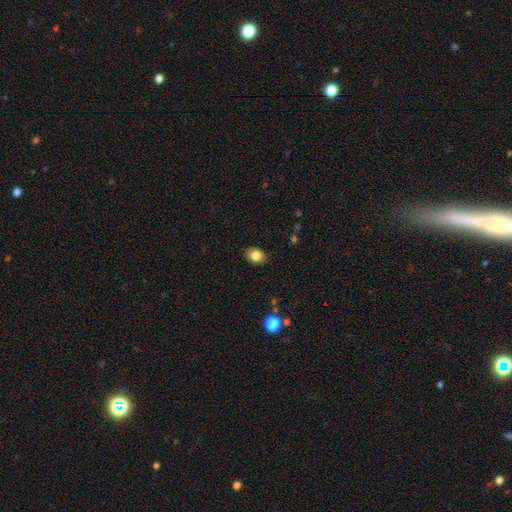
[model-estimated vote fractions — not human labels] This appears to be a smooth galaxy with no disk features (83%) that is in between round and cigar-shaped (65%). Merging: none (89%).